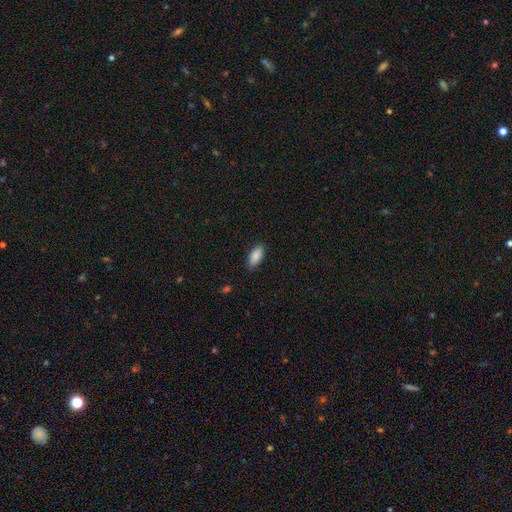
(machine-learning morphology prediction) This is clearly a smooth galaxy (89%). How rounded: clearly in between (89%). Merging: clearly none (83%).